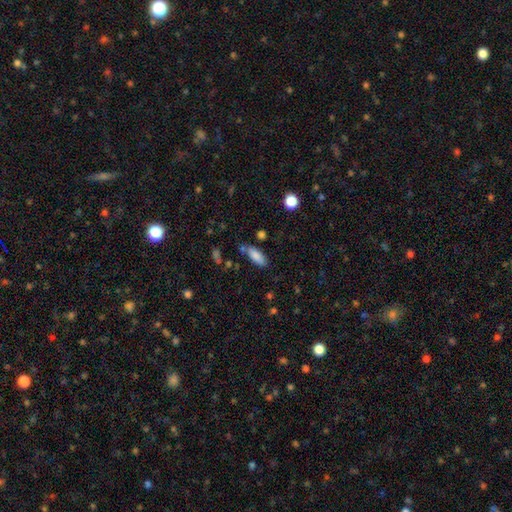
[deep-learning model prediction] A smooth galaxy with no disk features (83%) that is in between round and cigar-shaped (78%).

Vote fractions:
- Smooth or featured? smooth: 83% / featured or disk: 9% / star or artifact: 8%
- How rounded? in between: 78% / cigar-shaped: 20% / round: 2%
- Merging? none: 73% / minor disturbance: 16% / merger: 8% / major disturbance: 4%